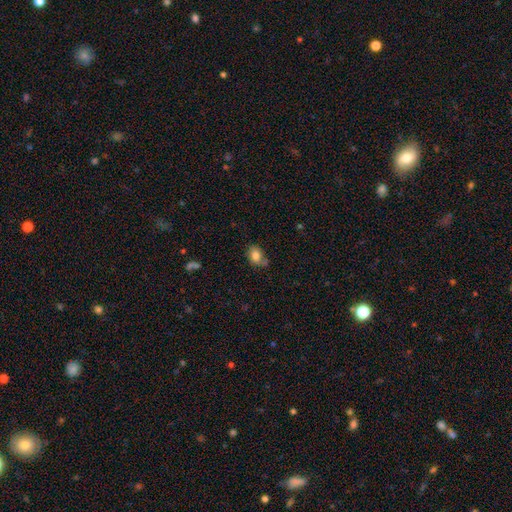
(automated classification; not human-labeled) A smooth galaxy with no disk features (79%) that is in between round and cigar-shaped (71%). Merging: none (59%).